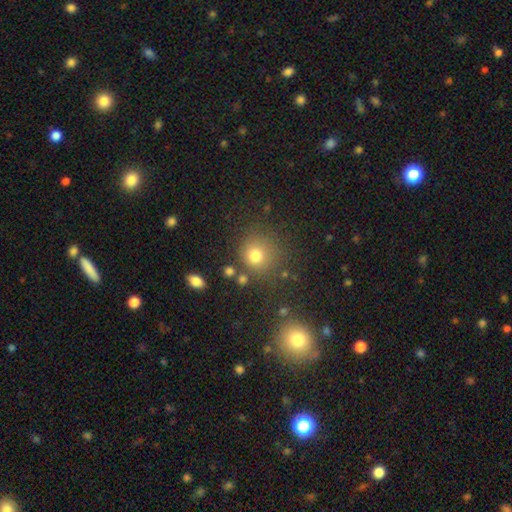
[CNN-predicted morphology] smooth 76%, star or artifact 16%, featured or disk 8%. Down the decision tree: how rounded — round (87%); merging — none (74%).